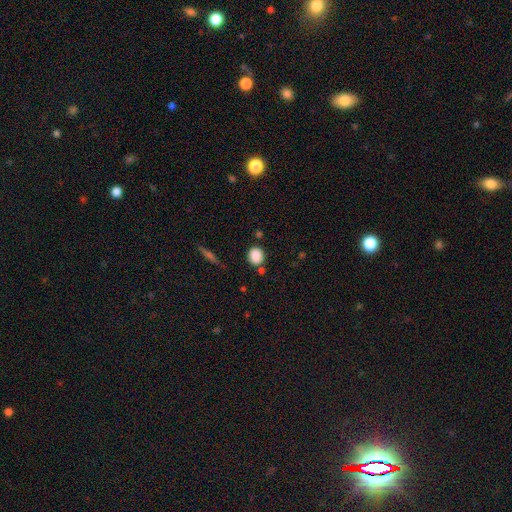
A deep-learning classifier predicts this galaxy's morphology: Smooth or featured: smooth — 87% (star or artifact — 9%)
How rounded: round — 74% (in between — 25%)
Merging: none — 79% (minor disturbance — 11%)